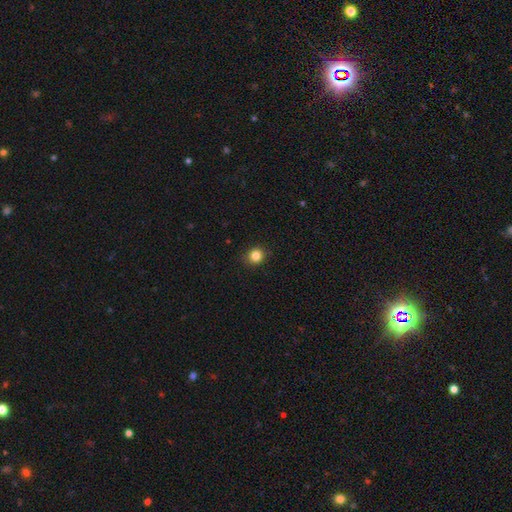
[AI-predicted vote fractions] smooth-or-featured: smooth: 84% | star or artifact: 11% | featured or disk: 5%
  how-rounded: round: 86% | in between: 13% | cigar-shaped: 1%
  merging: none: 88% | minor disturbance: 9% | major disturbance: 2% | merger: 1%